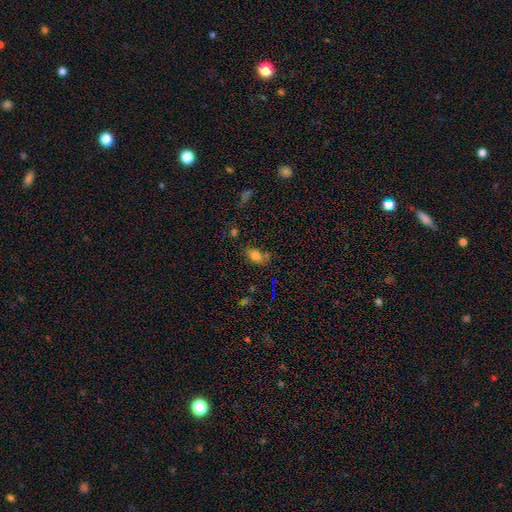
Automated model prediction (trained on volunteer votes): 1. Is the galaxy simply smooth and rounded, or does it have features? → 77% smooth, 15% star or artifact, 8% featured or disk.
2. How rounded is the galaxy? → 82% in between, 15% round, 3% cigar-shaped.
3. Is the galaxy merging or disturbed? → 63% none, 23% minor disturbance, 7% major disturbance, 7% merger.